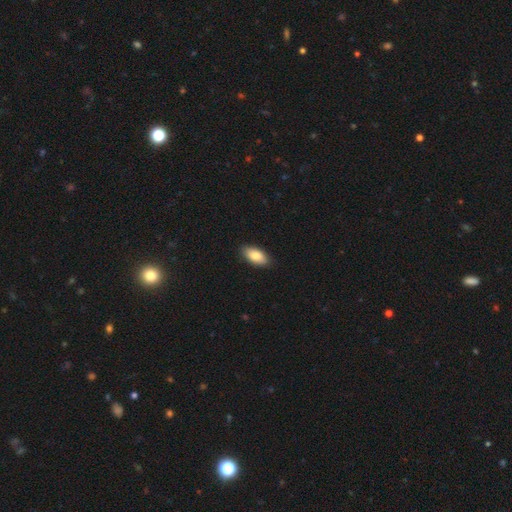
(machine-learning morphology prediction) Overall: smooth (85%). How rounded: in between (91%). Merging: none (88%).